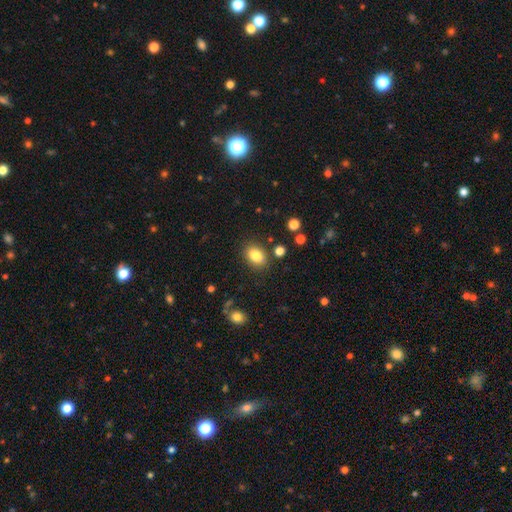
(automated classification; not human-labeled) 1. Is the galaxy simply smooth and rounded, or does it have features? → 83% smooth, 10% star or artifact, 8% featured or disk.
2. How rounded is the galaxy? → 79% in between, 20% round, 1% cigar-shaped.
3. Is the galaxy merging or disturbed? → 83% none, 10% minor disturbance, 4% merger, 3% major disturbance.